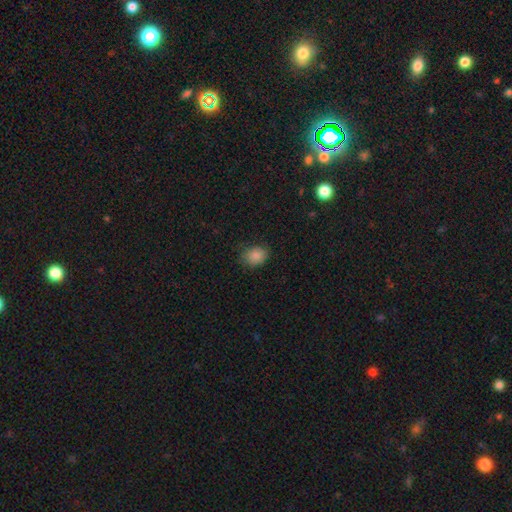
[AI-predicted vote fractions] The model was most divided on "how rounded": in between: 56%, round: 43%, cigar-shaped: 1%. More confident: smooth or featured — smooth (86%); merging — none (75%).